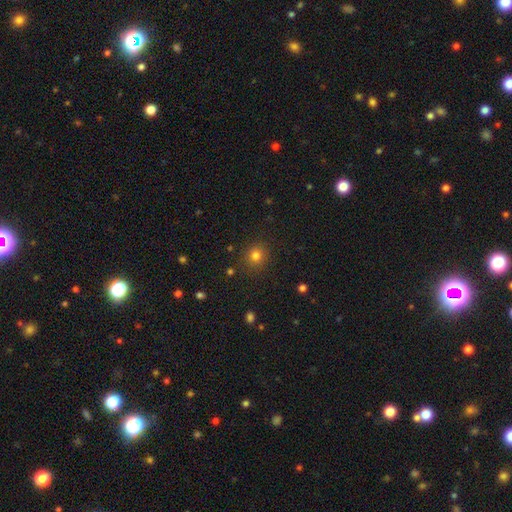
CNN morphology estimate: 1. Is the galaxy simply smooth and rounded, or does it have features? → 80% smooth, 15% star or artifact, 6% featured or disk.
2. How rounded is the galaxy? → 88% round, 11% in between, 1% cigar-shaped.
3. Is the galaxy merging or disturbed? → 88% none, 8% minor disturbance, 3% major disturbance, 2% merger.